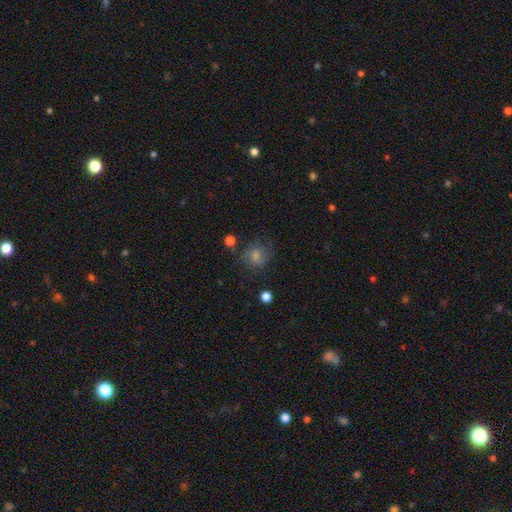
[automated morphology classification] Smooth or featured? smooth (48%)
Merging? none (70%)